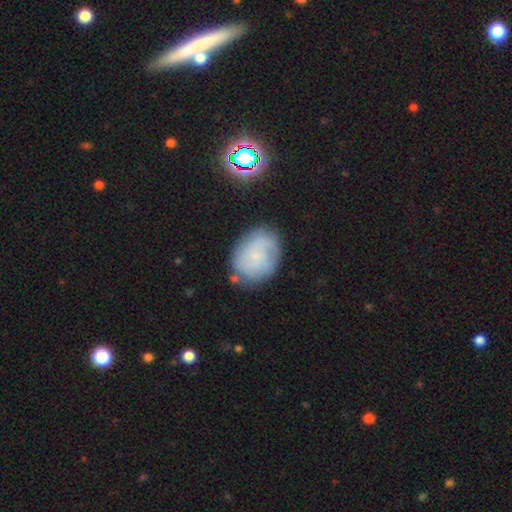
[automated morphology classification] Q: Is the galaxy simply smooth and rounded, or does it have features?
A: smooth — 48%.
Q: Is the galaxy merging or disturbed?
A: none — 68%.